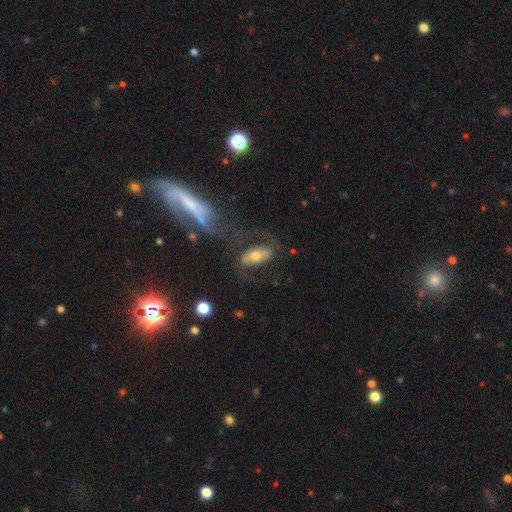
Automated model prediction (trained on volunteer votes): Morphology: type=featured or disk (59%); edge-on=no (87%); bar=strong (38%); spiral arms=yes (72%); bulge=moderate (65%); merging=none (56%).